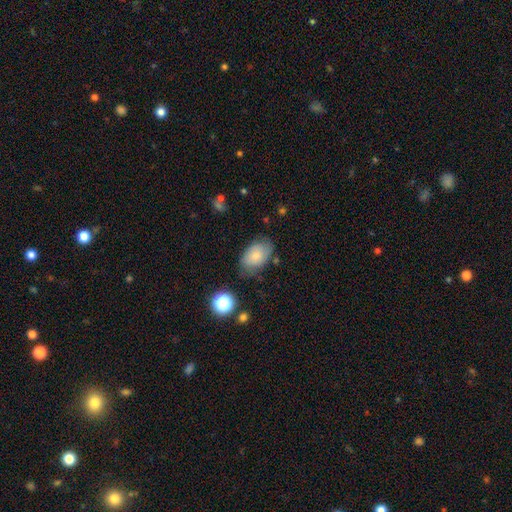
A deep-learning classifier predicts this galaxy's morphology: Smooth or featured? smooth (72%)
How rounded? in between (87%)
Merging? none (66%)